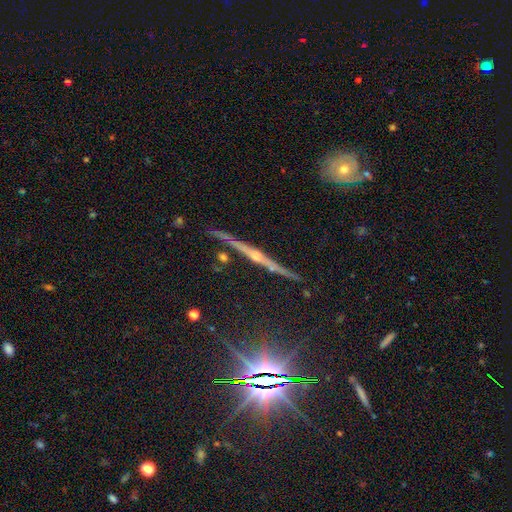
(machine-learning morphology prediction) Q: Smooth or featured?
A: featured or disk (79%); runner-up: star or artifact (14%)
Q: Edge-on disk?
A: yes (97%); runner-up: no (3%)
Q: Edge-on bulge?
A: rounded (84%); runner-up: none (9%)
Q: Merging?
A: none (84%); runner-up: minor disturbance (11%)